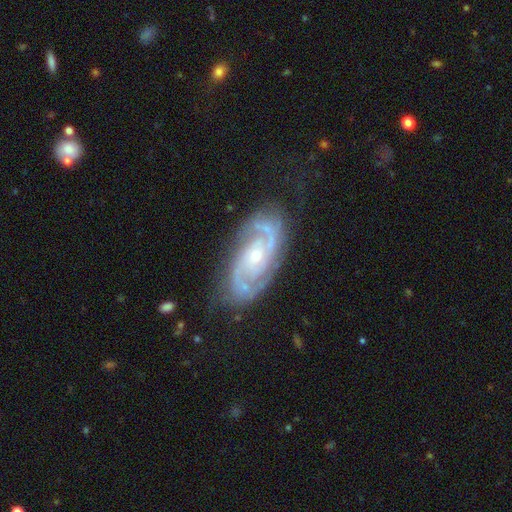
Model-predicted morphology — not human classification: type=featured or disk (90%); edge-on=no (96%); bar=no (65%); spiral arms=yes (98%); winding=tight (53%); arm count=2 (77%); bulge=small (59%); merging=none (76%).